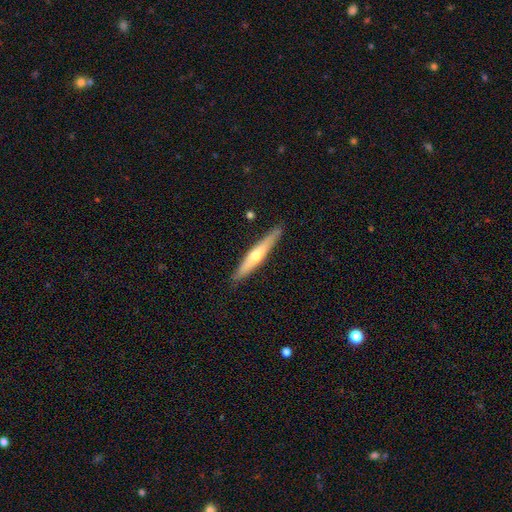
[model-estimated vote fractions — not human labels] Q: Smooth or featured?
A: featured or disk (53%); runner-up: smooth (42%)
Q: Edge-on disk?
A: yes (94%); runner-up: no (6%)
Q: Merging?
A: none (88%); runner-up: minor disturbance (9%)